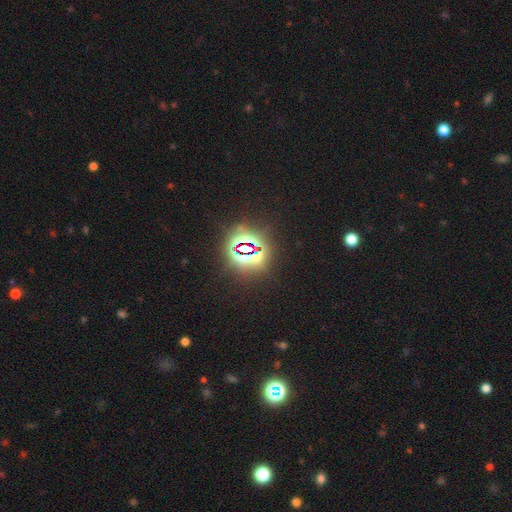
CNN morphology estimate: This appears to be a star or artifact, not a galaxy (80%).